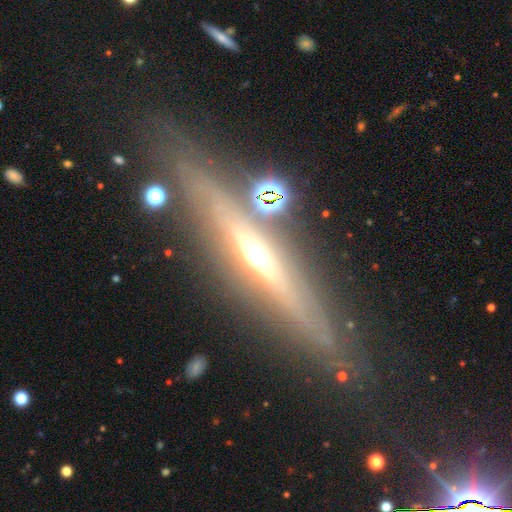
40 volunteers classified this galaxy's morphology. featured or disk 88%, smooth 8%, star or artifact 5%. Down the decision tree: edge-on disk — yes (63%); edge-on bulge — rounded (100%); merging — none (84%).